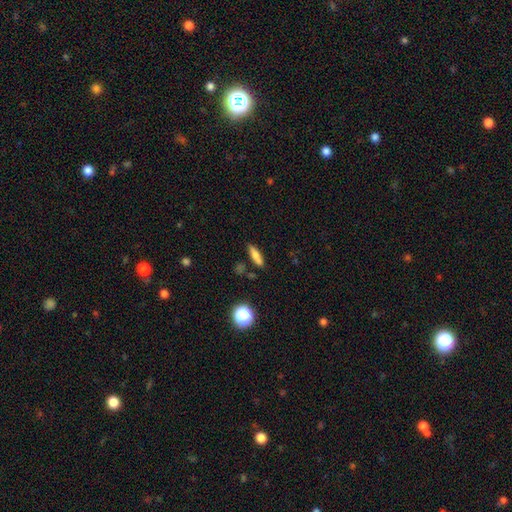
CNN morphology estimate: This appears to be a smooth galaxy with no disk features (68%) that is cigar-shaped (59%). Merging: none (81%).